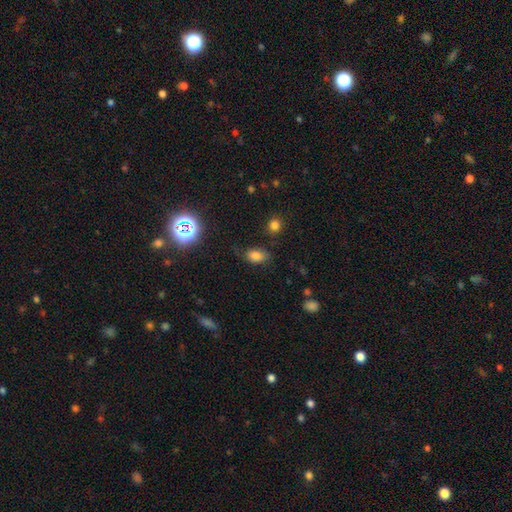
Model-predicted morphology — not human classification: A smooth galaxy with no disk features (77%) that is in between round and cigar-shaped (87%). Merging: none (70%).